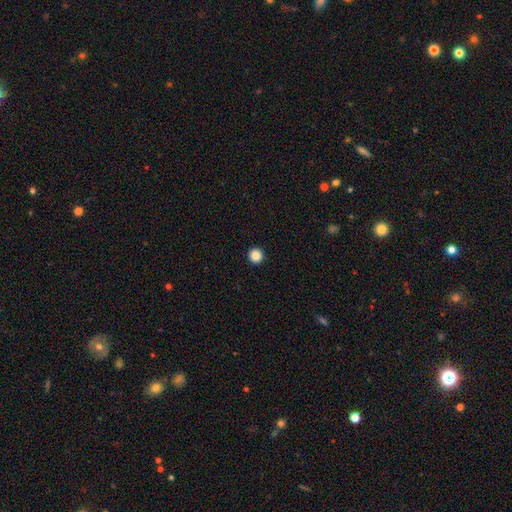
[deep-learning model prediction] smooth_or_featured: smooth (p=0.87) [alt: star or artifact p=0.10]
how_rounded: round (p=0.96) [alt: in between p=0.03]
merging: none (p=0.94) [alt: minor disturbance p=0.04]